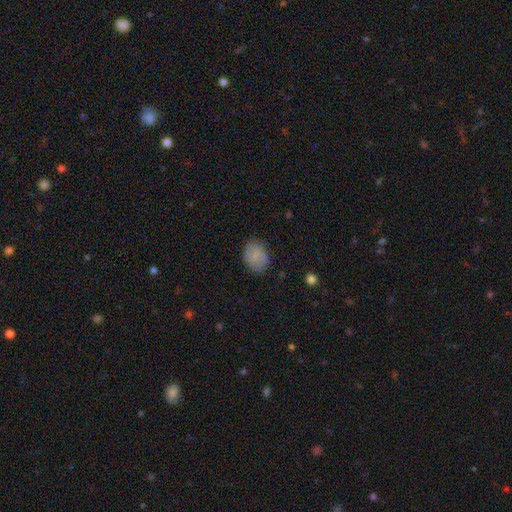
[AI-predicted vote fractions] Q: Smooth or featured?
A: smooth (73%); runner-up: featured or disk (19%)
Q: How rounded?
A: in between (67%); runner-up: round (32%)
Q: Merging?
A: none (76%); runner-up: minor disturbance (18%)